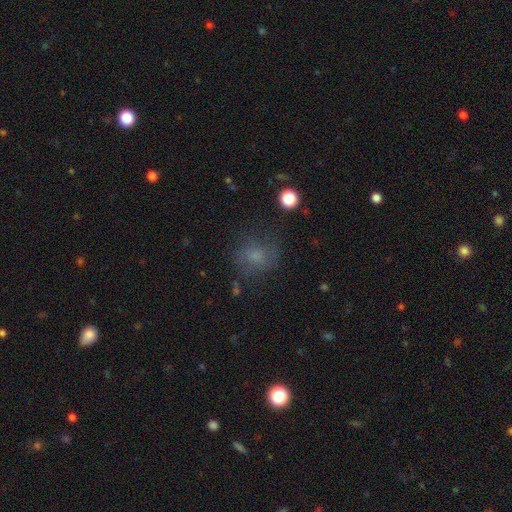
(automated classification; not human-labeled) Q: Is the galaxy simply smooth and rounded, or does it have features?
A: smooth — 62%.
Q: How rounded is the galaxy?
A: round — 75%.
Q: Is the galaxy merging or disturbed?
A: none — 65%.